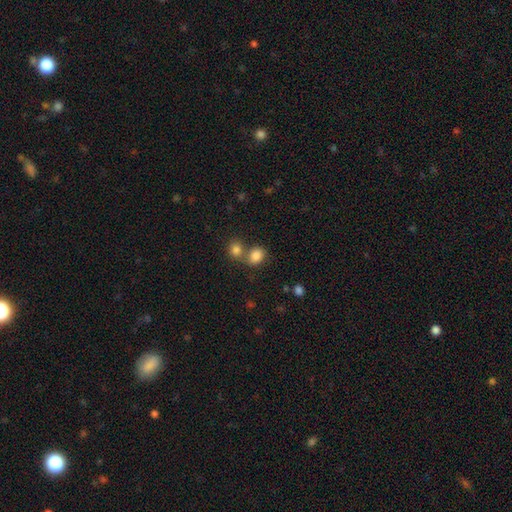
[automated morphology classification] A smooth galaxy with no disk features (84%) that is round (50%).

Vote fractions:
- Smooth or featured? smooth: 84% / star or artifact: 10% / featured or disk: 6%
- How rounded? round: 50% / in between: 49% / cigar-shaped: 1%
- Merging? none: 46% / merger: 41% / minor disturbance: 9% / major disturbance: 4%